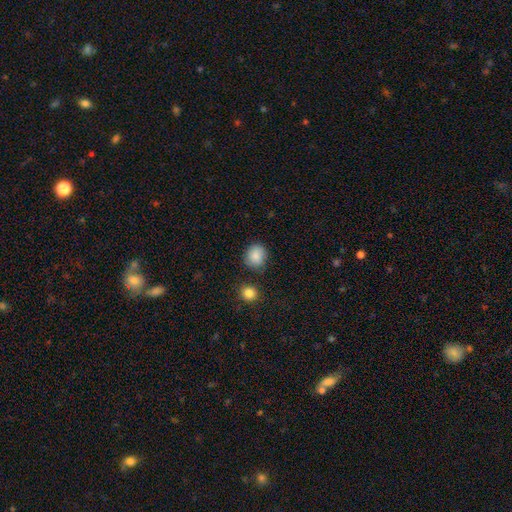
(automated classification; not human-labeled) Smooth or featured? Predicted: smooth (p=0.87). How rounded? Predicted: round (p=0.75). Merging? Predicted: none (p=0.80).